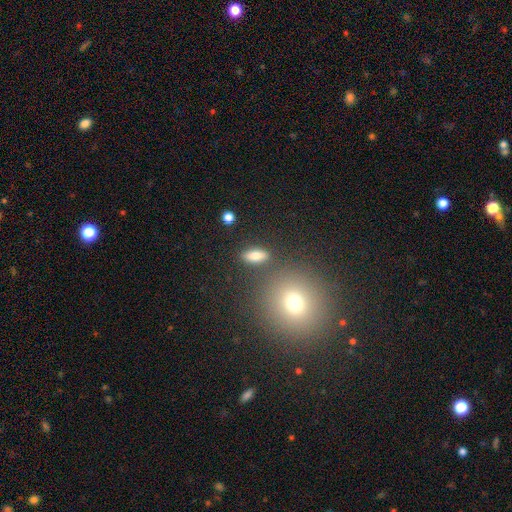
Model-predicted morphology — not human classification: Q: Smooth or featured?
A: smooth (75%); runner-up: featured or disk (14%)
Q: How rounded?
A: in between (74%); runner-up: cigar-shaped (19%)
Q: Merging?
A: none (83%); runner-up: minor disturbance (9%)